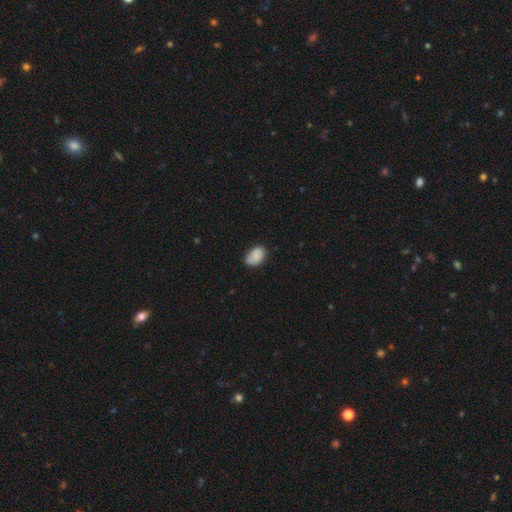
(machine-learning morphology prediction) smooth 84%, featured or disk 9%, star or artifact 7%. Down the decision tree: how rounded — in between (88%); merging — none (73%).